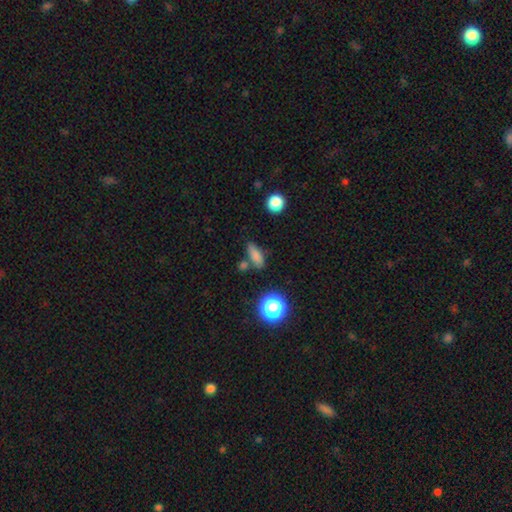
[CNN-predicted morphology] smooth-or-featured: smooth: 79% | star or artifact: 13% | featured or disk: 8%
  how-rounded: in between: 58% | cigar-shaped: 33% | round: 10%
  merging: none: 70% | minor disturbance: 15% | merger: 10% | major disturbance: 5%